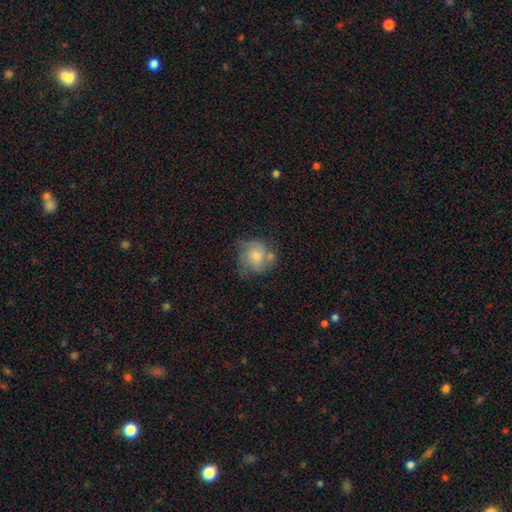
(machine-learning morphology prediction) smooth_or_featured: smooth (p=0.63) [alt: featured or disk p=0.30]
how_rounded: round (p=0.79) [alt: in between p=0.20]
merging: none (p=0.47) [alt: minor disturbance p=0.27]